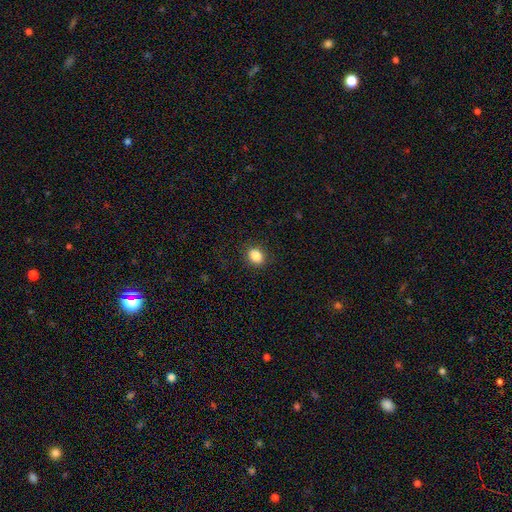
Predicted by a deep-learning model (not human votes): Smooth or featured?
  - smooth: 86% *
  - star or artifact: 10%
  - featured or disk: 5%
How rounded?
  - round: 54% *
  - in between: 45%
  - cigar-shaped: 1%
Merging?
  - none: 88% *
  - minor disturbance: 8%
  - major disturbance: 3%
  - merger: 1%